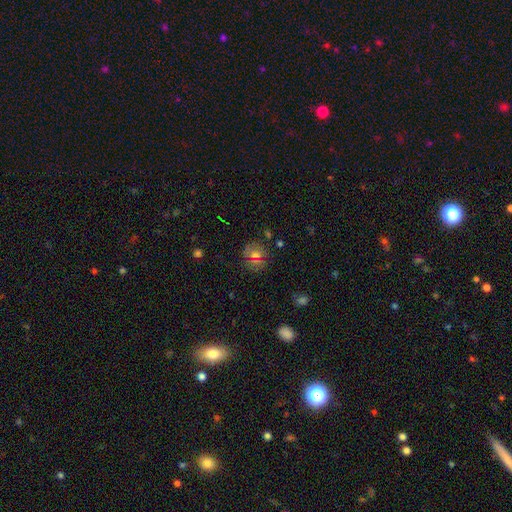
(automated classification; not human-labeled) smooth_or_featured: smooth (p=0.62) [alt: star or artifact p=0.22]
how_rounded: round (p=0.84) [alt: in between p=0.15]
merging: none (p=0.81) [alt: minor disturbance p=0.12]